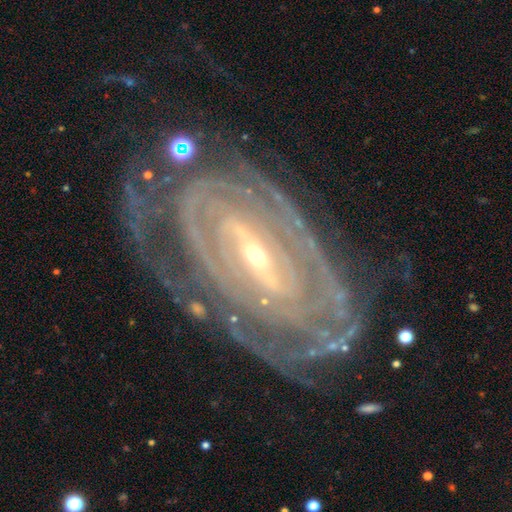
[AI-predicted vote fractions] Smooth or featured: featured or disk — 88% (star or artifact — 6%)
Edge-on disk: no — 94% (yes — 6%)
Bar: strong — 51% (weak — 34%)
Spiral arms: yes — 93% (no — 7%)
Spiral winding: tight — 79% (medium — 17%)
Spiral arm count: can't tell — 39% (2 — 20%)
Bulge size: small — 72% (moderate — 24%)
Merging: none — 71% (minor disturbance — 17%)